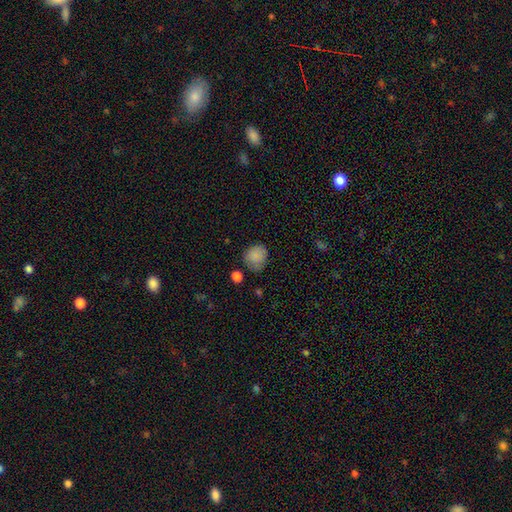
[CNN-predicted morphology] A smooth galaxy with no disk features (84%) that is round (76%).

Vote fractions:
- Smooth or featured? smooth: 84% / star or artifact: 9% / featured or disk: 6%
- How rounded? round: 76% / in between: 24% / cigar-shaped: 1%
- Merging? none: 66% / minor disturbance: 24% / major disturbance: 6% / merger: 3%